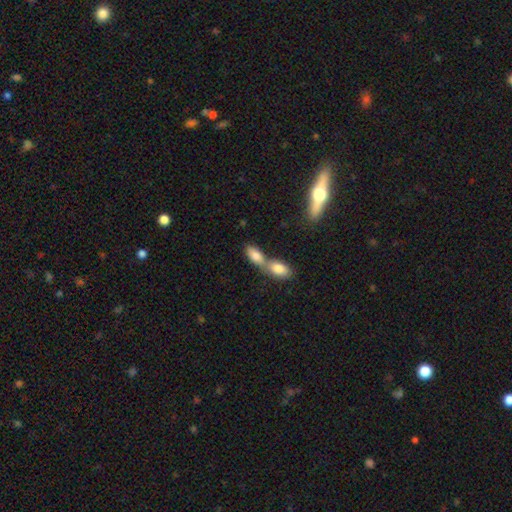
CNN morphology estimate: This is likely a smooth galaxy (79%). How rounded: clearly in between (86%). Merging: likely merger (68%).